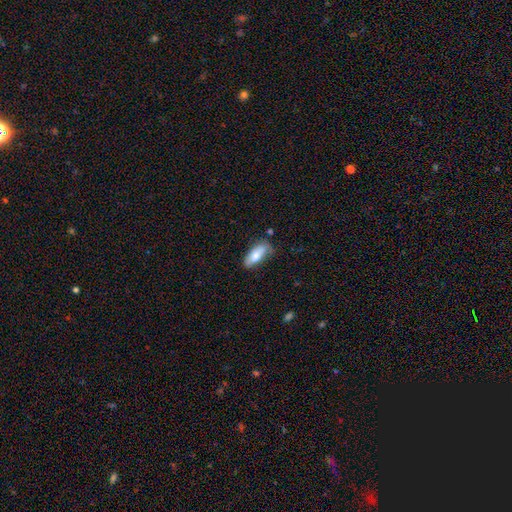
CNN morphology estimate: Smooth or featured? Predicted: smooth (p=0.71). How rounded? Predicted: in between (p=0.76). Merging? Predicted: none (p=0.71).